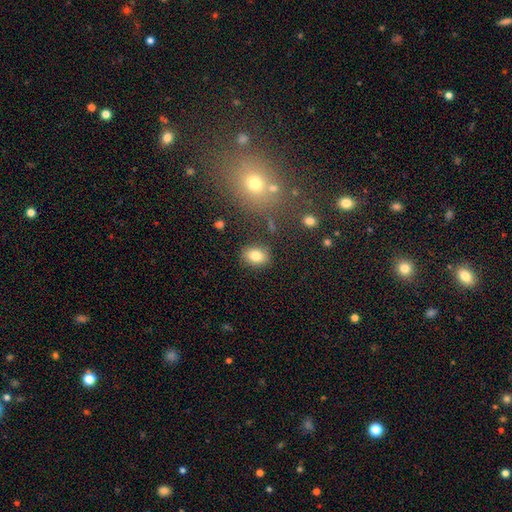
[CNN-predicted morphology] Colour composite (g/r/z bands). It shows a smooth galaxy with no disk features (80%) that is in between round and cigar-shaped (69%). Merging: none (83%).